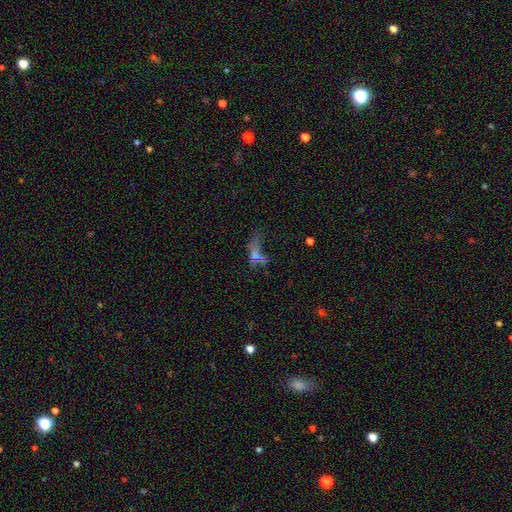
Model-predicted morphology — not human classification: smooth 47%, featured or disk 28%, star or artifact 25%. Down the decision tree: merging — major disturbance (38%).